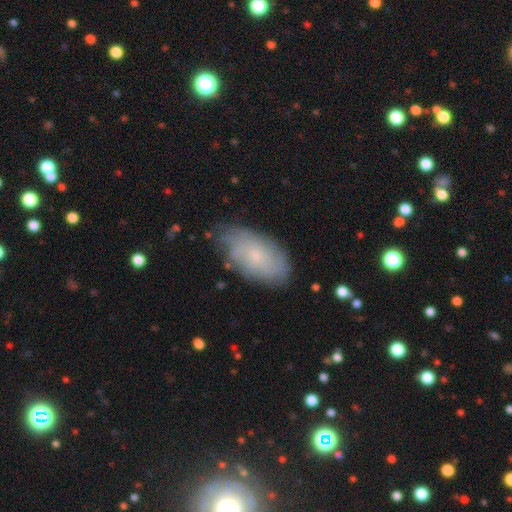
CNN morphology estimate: A featured or disk galaxy (47%).

Vote fractions:
- Smooth or featured? featured or disk: 47% / smooth: 46% / star or artifact: 8%
- Merging? none: 70% / minor disturbance: 22% / major disturbance: 6% / merger: 2%